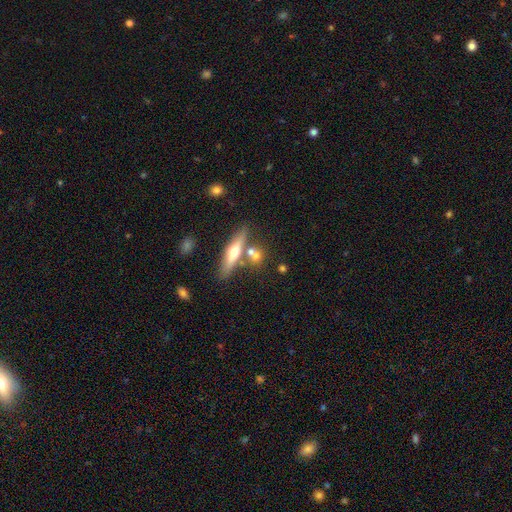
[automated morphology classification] smooth_or_featured: smooth (p=0.51) [alt: featured or disk p=0.40]
how_rounded: cigar-shaped (p=0.47) [alt: round p=0.27]
merging: none (p=0.60) [alt: merger p=0.25]